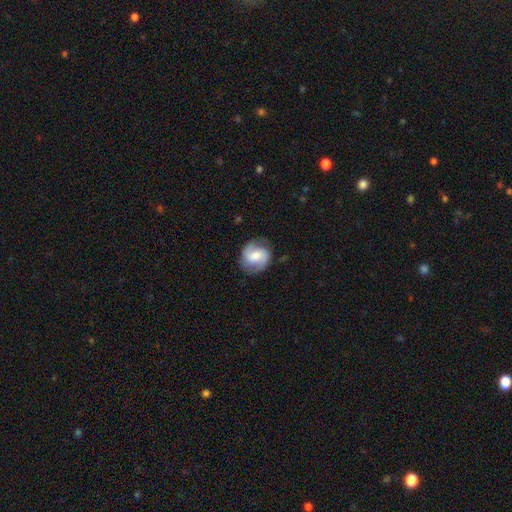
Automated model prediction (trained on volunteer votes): A featured or disk galaxy (60%) with a weak bar (43%), 2 (87%) medium (46%) spiral arms (89%) and a moderate central bulge (56%).

Vote fractions:
- Smooth or featured? featured or disk: 60% / smooth: 33% / star or artifact: 7%
- Edge-on disk? no: 97% / yes: 3%
- Bar? weak: 43% / no: 40% / strong: 17%
- Spiral arms? yes: 89% / no: 11%
- Spiral winding? medium: 46% / tight: 30% / loose: 24%
- Spiral arm count? 2: 87% / can't tell: 7% / 1: 3% / 3: 2% / 4: 1% / more than 4: 1%
- Bulge size? moderate: 56% / small: 30% / large: 9% / none: 3% / dominant: 2%
- Merging? none: 78% / minor disturbance: 15% / major disturbance: 6% / merger: 1%